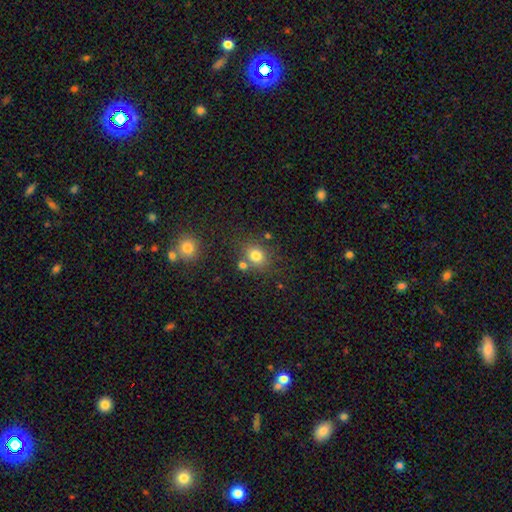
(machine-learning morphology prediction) The model was most divided on "how rounded": round: 71%, in between: 29%, cigar-shaped: 1%. More confident: smooth or featured — smooth (79%); merging — none (68%).